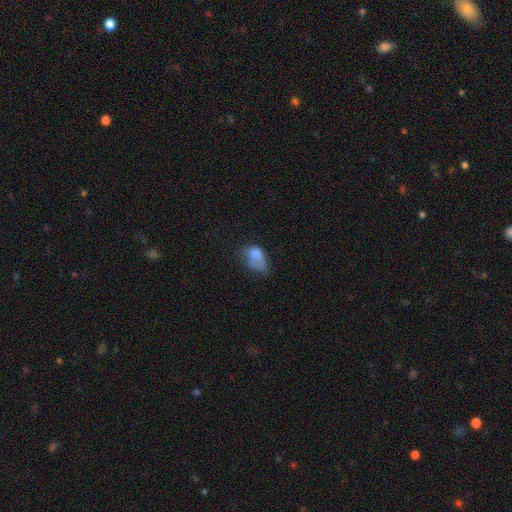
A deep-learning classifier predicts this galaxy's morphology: This is likely a smooth galaxy (72%). How rounded: clearly in between (84%). Merging: marginally major disturbance (38%).